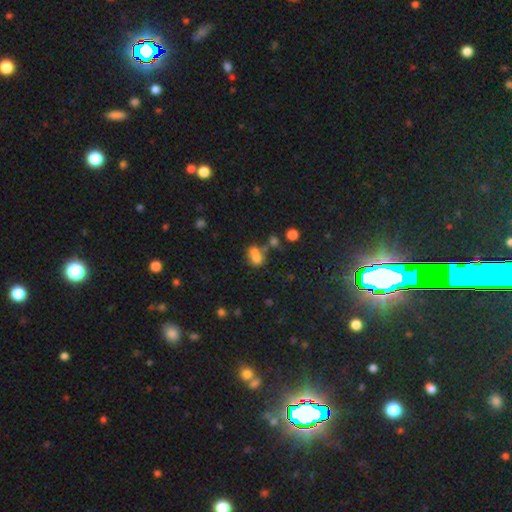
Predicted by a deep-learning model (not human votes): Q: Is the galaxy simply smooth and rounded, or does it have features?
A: smooth — 65%.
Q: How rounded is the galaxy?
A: round — 51%.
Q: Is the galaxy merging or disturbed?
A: merger — 53%.